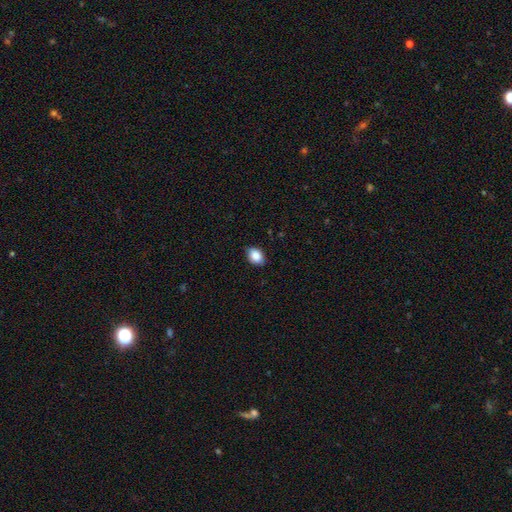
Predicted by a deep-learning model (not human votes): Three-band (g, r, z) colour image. It shows a smooth galaxy with no disk features (87%) that is in between round and cigar-shaped (79%). Merging: none (86%).